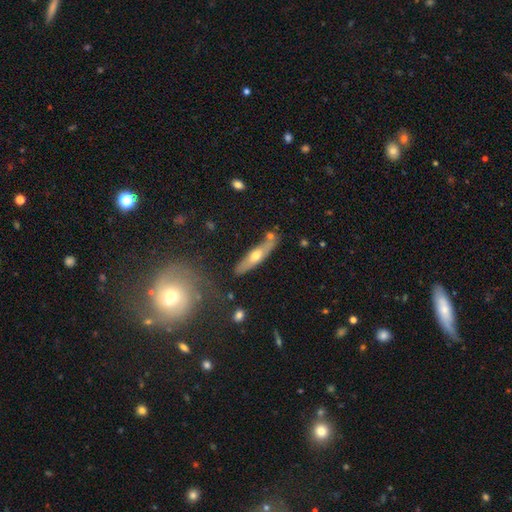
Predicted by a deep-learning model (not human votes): Smooth or featured?
  - featured or disk: 55% *
  - smooth: 37%
  - star or artifact: 8%
Edge-on disk?
  - yes: 78% *
  - no: 22%
Merging?
  - none: 71% *
  - minor disturbance: 16%
  - merger: 8%
  - major disturbance: 5%